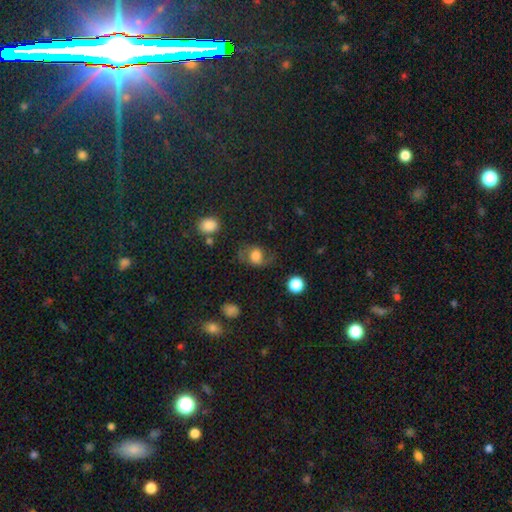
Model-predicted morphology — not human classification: type=smooth (52%); roundness=round (51%); merging=none (55%).